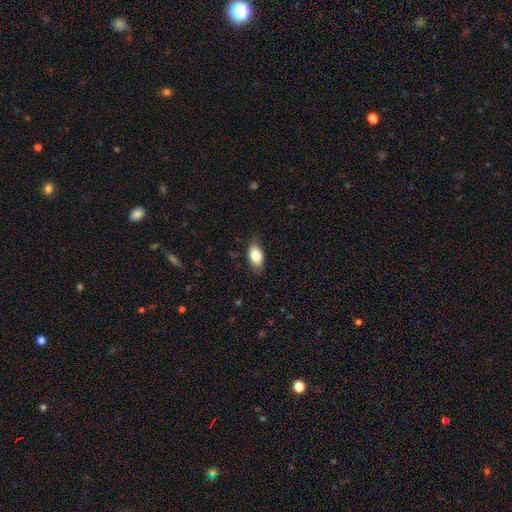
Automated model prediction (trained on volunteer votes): Smooth or featured? smooth (80%)
How rounded? in between (90%)
Merging? none (82%)